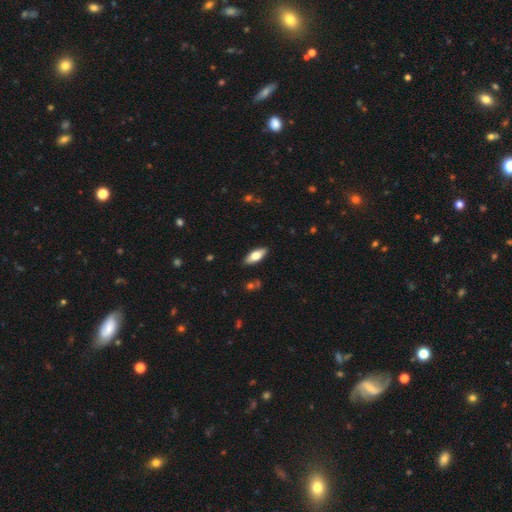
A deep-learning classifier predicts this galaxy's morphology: Smooth or featured: smooth — 64% (featured or disk — 30%)
How rounded: in between — 76% (cigar-shaped — 22%)
Merging: none — 88% (minor disturbance — 9%)